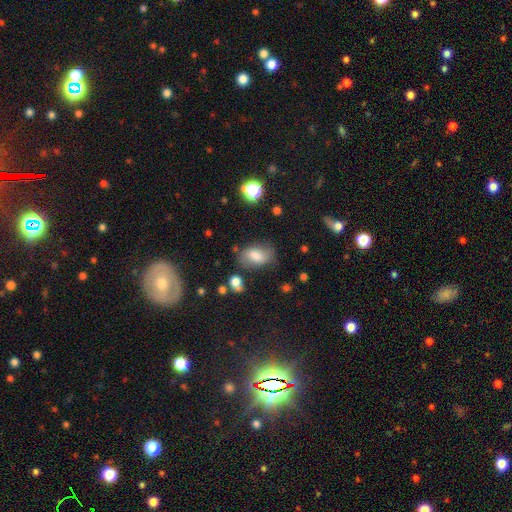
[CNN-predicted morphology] Q: Smooth or featured?
A: smooth (67%); runner-up: featured or disk (22%)
Q: How rounded?
A: in between (86%); runner-up: round (12%)
Q: Merging?
A: none (67%); runner-up: minor disturbance (21%)